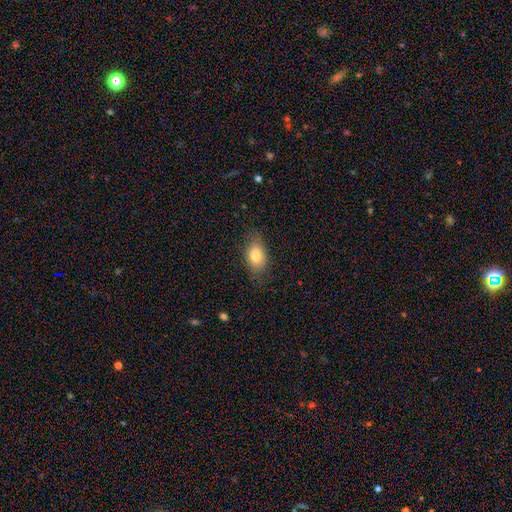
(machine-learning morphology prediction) Smooth or featured? Predicted: smooth (p=0.80). How rounded? Predicted: in between (p=0.86). Merging? Predicted: none (p=0.77).